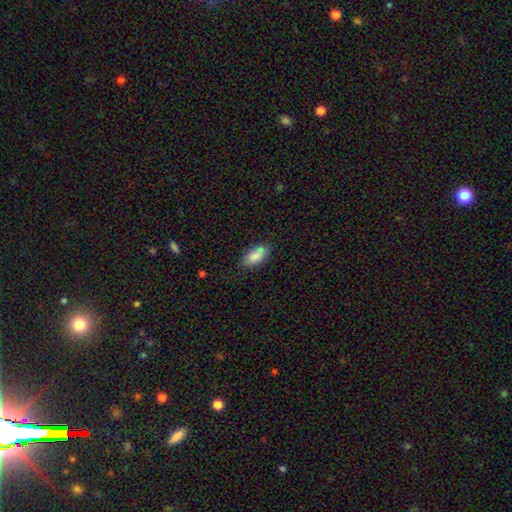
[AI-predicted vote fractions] A smooth galaxy with no disk features (86%) that is in between round and cigar-shaped (89%). Merging: none (79%).